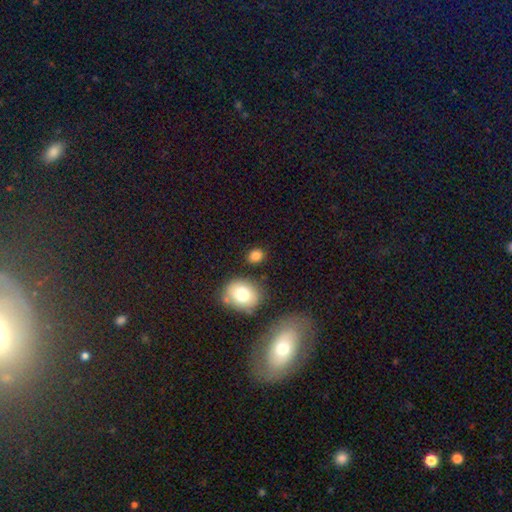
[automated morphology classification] smooth-or-featured: smooth: 82% | star or artifact: 11% | featured or disk: 7%
  how-rounded: round: 66% | in between: 33% | cigar-shaped: 1%
  merging: none: 79% | minor disturbance: 11% | merger: 6% | major disturbance: 4%